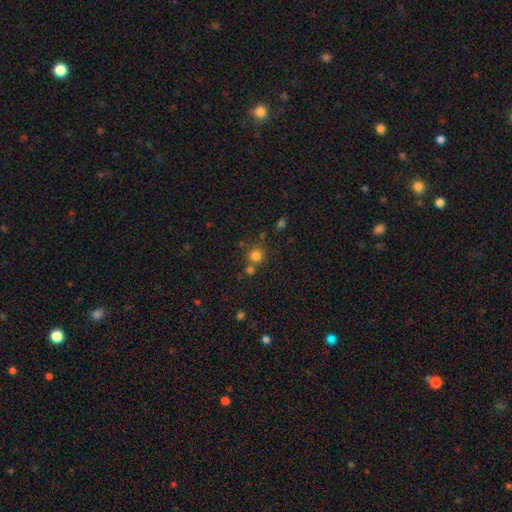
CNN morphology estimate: A smooth galaxy with no disk features (78%) that is round (90%). Merging: none (65%).